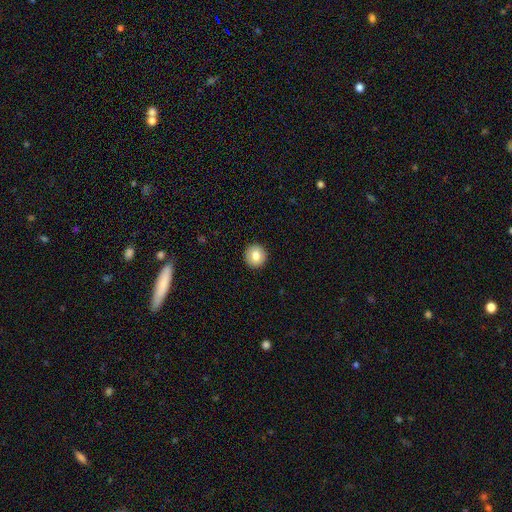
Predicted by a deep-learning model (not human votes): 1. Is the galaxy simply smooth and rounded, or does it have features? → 82% smooth, 10% featured or disk, 8% star or artifact.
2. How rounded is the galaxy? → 94% round, 5% in between, 1% cigar-shaped.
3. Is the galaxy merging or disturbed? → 93% none, 4% minor disturbance, 1% major disturbance, 1% merger.